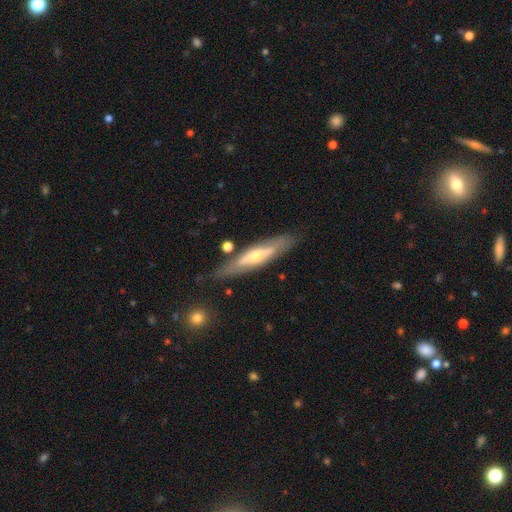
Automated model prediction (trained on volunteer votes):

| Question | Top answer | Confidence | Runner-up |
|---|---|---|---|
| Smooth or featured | featured or disk | 63% | smooth (32%) |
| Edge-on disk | yes | 71% | no (29%) |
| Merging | none | 78% | minor disturbance (15%) |